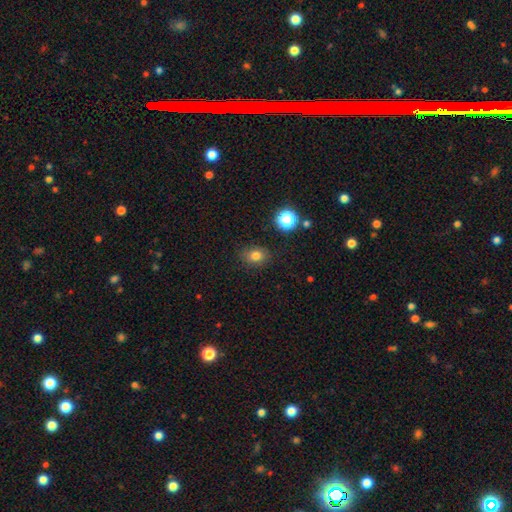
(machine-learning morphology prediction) The model was most divided on "how rounded": in between: 51%, round: 48%, cigar-shaped: 1%. More confident: merging — none (85%); smooth or featured — smooth (78%).